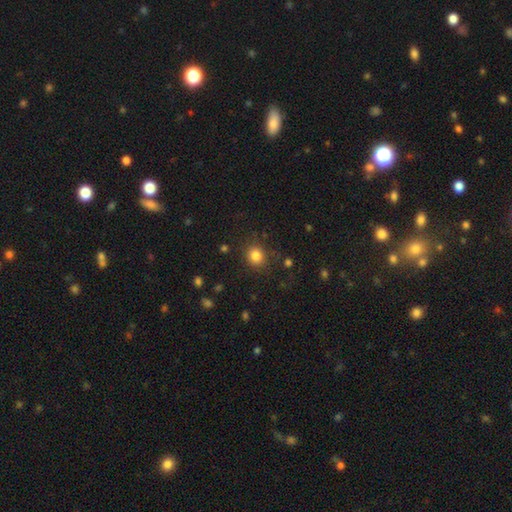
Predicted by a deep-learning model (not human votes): smooth-or-featured: smooth: 83% | star or artifact: 12% | featured or disk: 5%
  how-rounded: round: 81% | in between: 18% | cigar-shaped: 1%
  merging: none: 85% | minor disturbance: 9% | major disturbance: 4% | merger: 2%